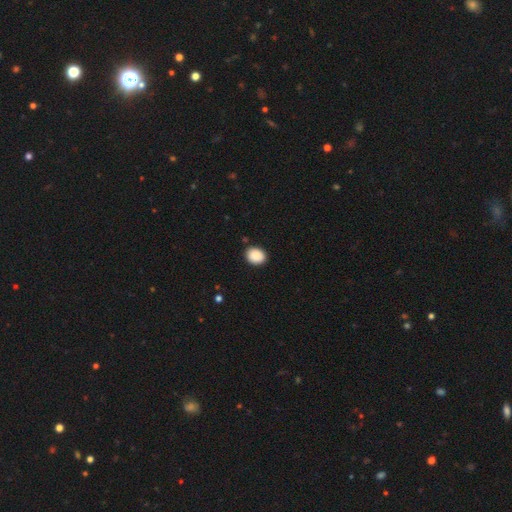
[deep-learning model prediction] smooth-or-featured: smooth: 90% | star or artifact: 7% | featured or disk: 3%
  how-rounded: round: 50% | in between: 49% | cigar-shaped: 1%
  merging: none: 89% | minor disturbance: 8% | major disturbance: 2% | merger: 1%